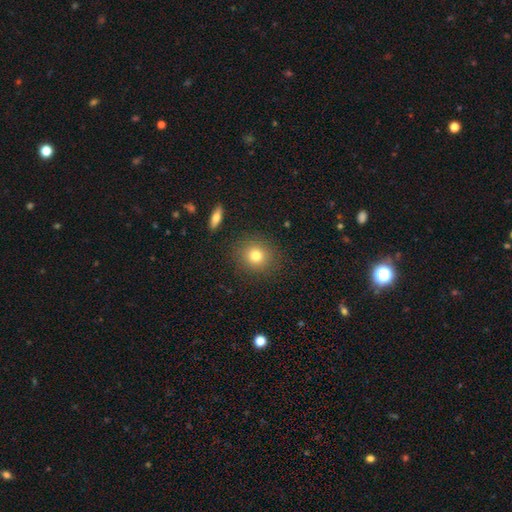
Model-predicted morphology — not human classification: Smooth or featured?
  - smooth: 79% *
  - star or artifact: 12%
  - featured or disk: 9%
How rounded?
  - round: 86% *
  - in between: 13%
  - cigar-shaped: 1%
Merging?
  - none: 87% *
  - minor disturbance: 8%
  - major disturbance: 3%
  - merger: 2%